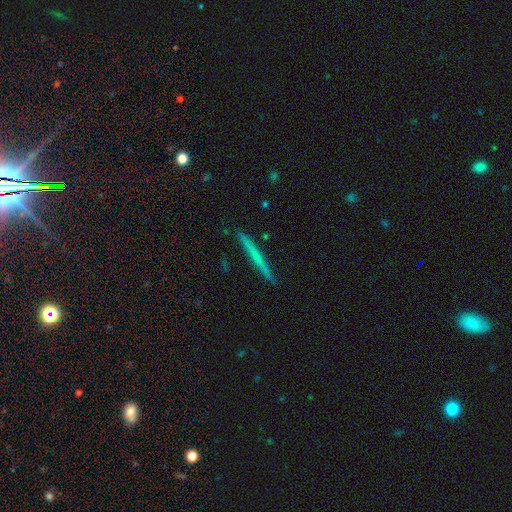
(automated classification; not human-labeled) This is possibly a smooth galaxy (49%). Merging: clearly none (91%).